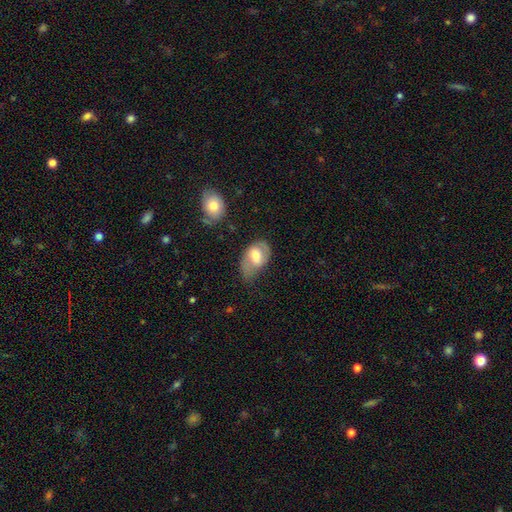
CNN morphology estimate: smooth-or-featured: smooth: 54% | featured or disk: 40% | star or artifact: 6%
  how-rounded: in between: 86% | round: 13% | cigar-shaped: 2%
  merging: none: 37% | minor disturbance: 36% | major disturbance: 23% | merger: 4%